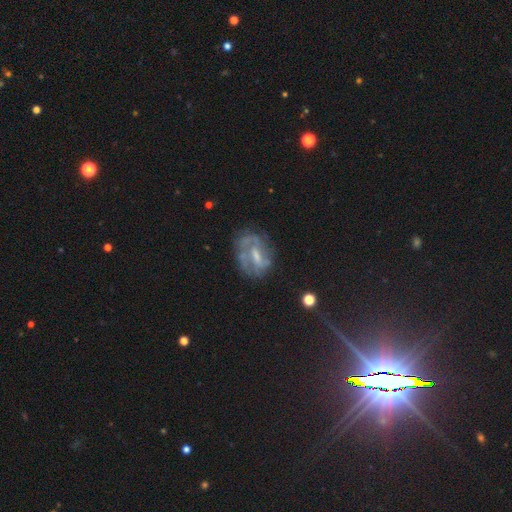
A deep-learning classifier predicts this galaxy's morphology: smooth_or_featured: featured or disk (p=0.74) [alt: smooth p=0.16]
disk_edge_on: no (p=0.96) [alt: yes p=0.04]
bar: weak (p=0.50) [alt: strong p=0.27]
has_spiral_arms: yes (p=0.75) [alt: no p=0.25]
spiral_winding: medium (p=0.42) [alt: tight p=0.35]
spiral_arm_count: 2 (p=0.40) [alt: can't tell p=0.34]
bulge_size: small (p=0.38) [alt: moderate p=0.36]
merging: none (p=0.56) [alt: minor disturbance p=0.22]